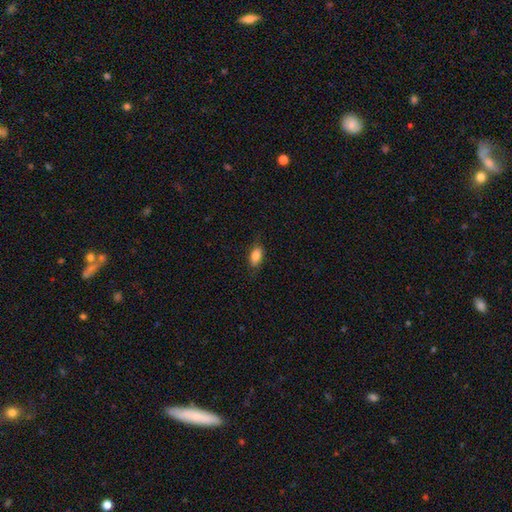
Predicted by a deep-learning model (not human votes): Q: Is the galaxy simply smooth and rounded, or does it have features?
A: smooth — 85%.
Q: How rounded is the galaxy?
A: in between — 88%.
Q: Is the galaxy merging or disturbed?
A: none — 82%.